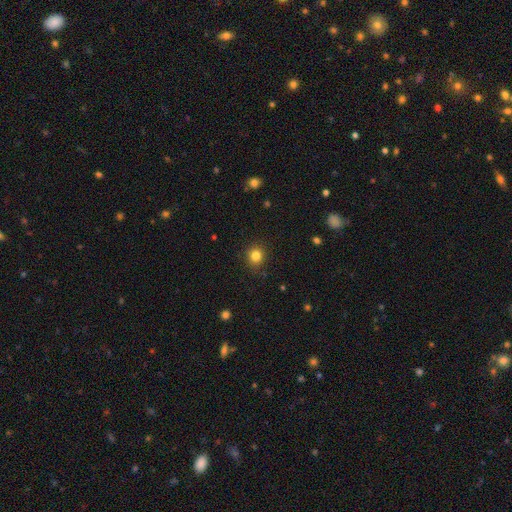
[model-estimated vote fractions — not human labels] smooth-or-featured: smooth: 83% | star or artifact: 12% | featured or disk: 5%
  how-rounded: round: 87% | in between: 12% | cigar-shaped: 1%
  merging: none: 89% | minor disturbance: 7% | major disturbance: 2% | merger: 1%